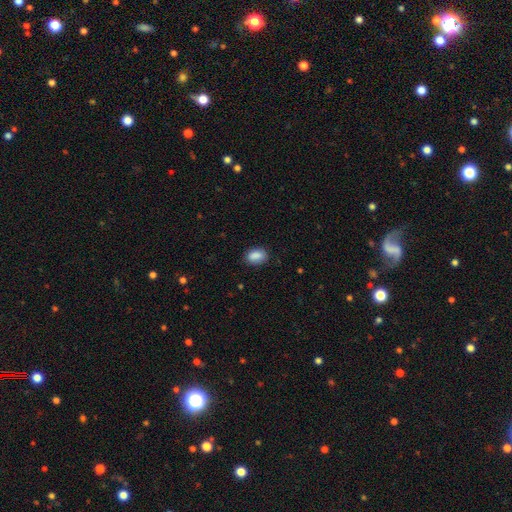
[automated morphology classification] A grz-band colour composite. It shows a smooth galaxy with no disk features (89%) that is in between round and cigar-shaped (84%). Merging: none (84%).